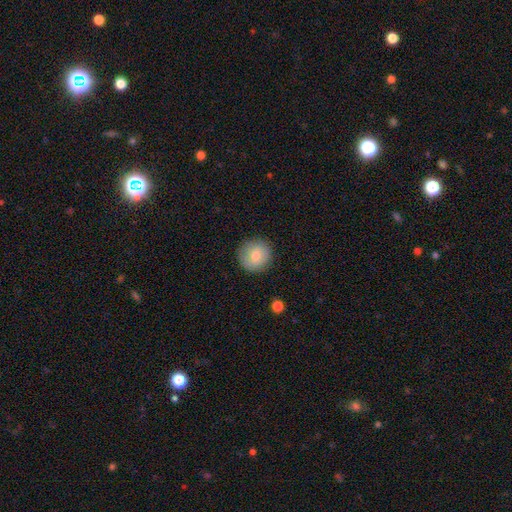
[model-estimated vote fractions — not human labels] Overall: smooth (76%). How rounded: round (94%). Merging: none (89%).